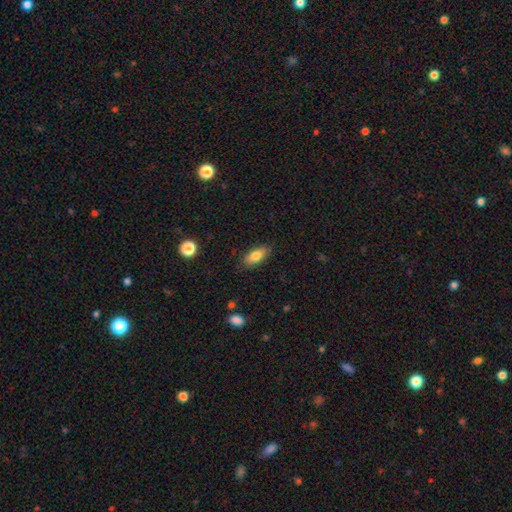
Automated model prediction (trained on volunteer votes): A smooth galaxy with no disk features (79%) that is in between round and cigar-shaped (79%).

Vote fractions:
- Smooth or featured? smooth: 79% / featured or disk: 13% / star or artifact: 7%
- How rounded? in between: 79% / cigar-shaped: 18% / round: 3%
- Merging? none: 86% / minor disturbance: 11% / major disturbance: 2% / merger: 1%